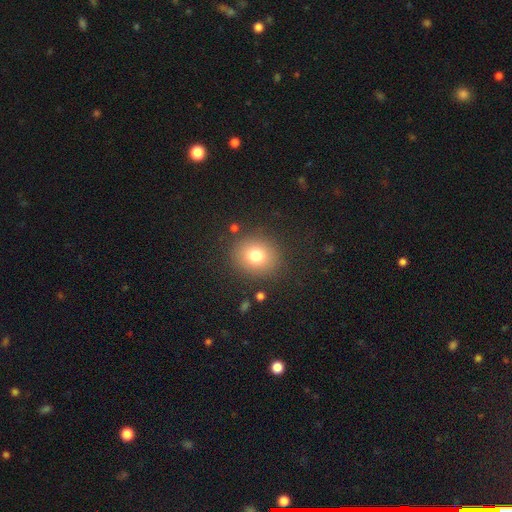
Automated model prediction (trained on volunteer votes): Morphology: type=smooth (77%); roundness=round (81%); merging=none (87%).